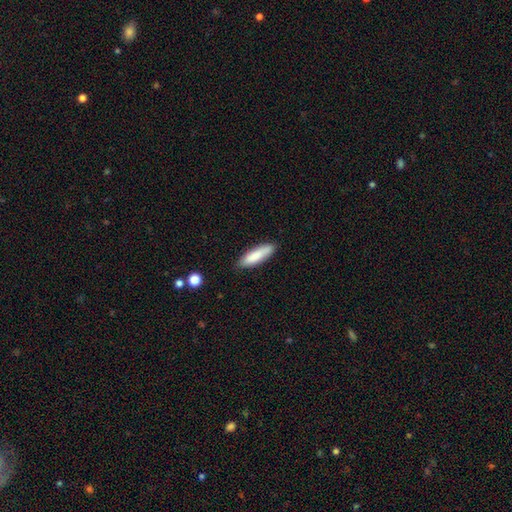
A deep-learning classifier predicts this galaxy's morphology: Q: Smooth or featured?
A: smooth (84%); runner-up: featured or disk (10%)
Q: How rounded?
A: cigar-shaped (64%); runner-up: in between (35%)
Q: Merging?
A: none (84%); runner-up: minor disturbance (12%)